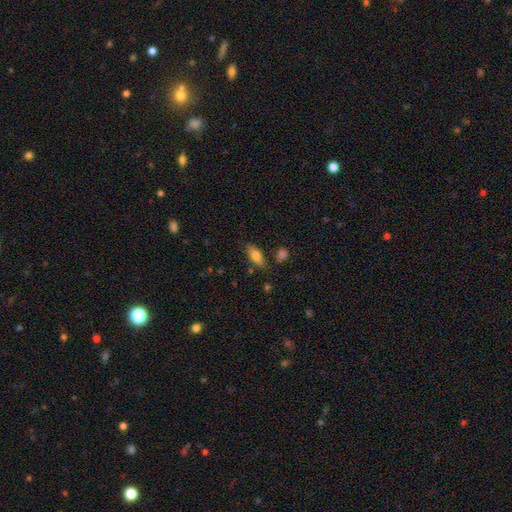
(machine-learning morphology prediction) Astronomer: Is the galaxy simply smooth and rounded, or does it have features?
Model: smooth — 77%.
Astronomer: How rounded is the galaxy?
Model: in between — 78%.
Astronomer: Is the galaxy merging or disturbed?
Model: none — 76%.